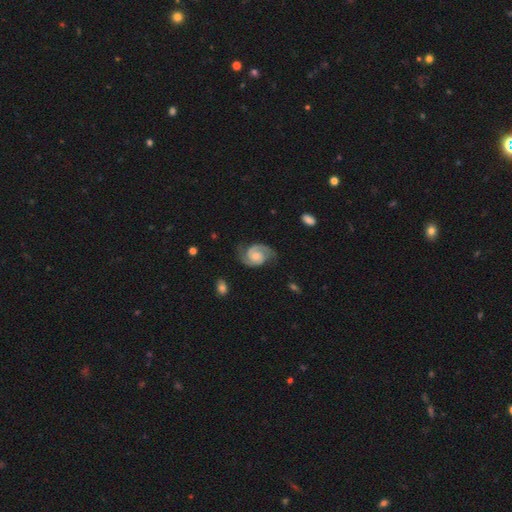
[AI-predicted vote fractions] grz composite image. It shows a featured or disk galaxy (88%) with no bar (62%), 2 (91%) medium (49%) spiral arms (98%) and a moderate central bulge (52%). Merging: none (74%).